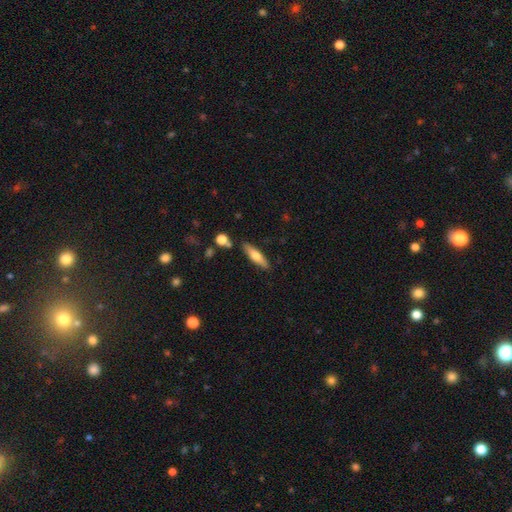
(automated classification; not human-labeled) Smooth or featured? smooth (59%)
How rounded? cigar-shaped (73%)
Merging? none (82%)